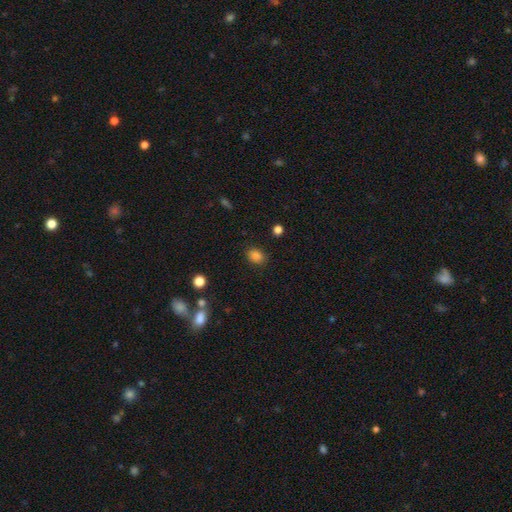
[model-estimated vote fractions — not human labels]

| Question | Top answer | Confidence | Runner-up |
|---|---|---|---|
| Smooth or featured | smooth | 84% | star or artifact (12%) |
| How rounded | in between | 59% | round (40%) |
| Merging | none | 85% | minor disturbance (11%) |